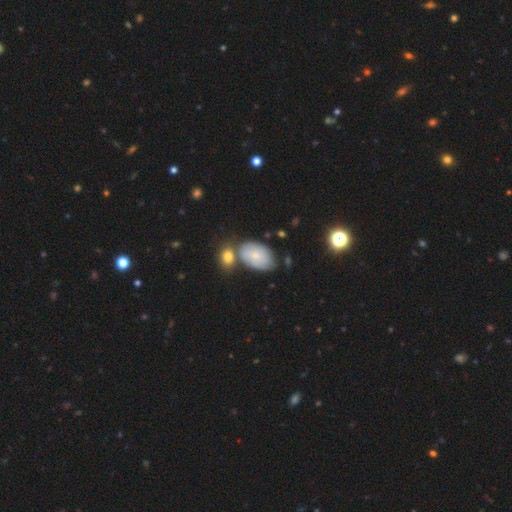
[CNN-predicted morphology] Smooth or featured? smooth (62%)
How rounded? in between (91%)
Merging? none (53%)